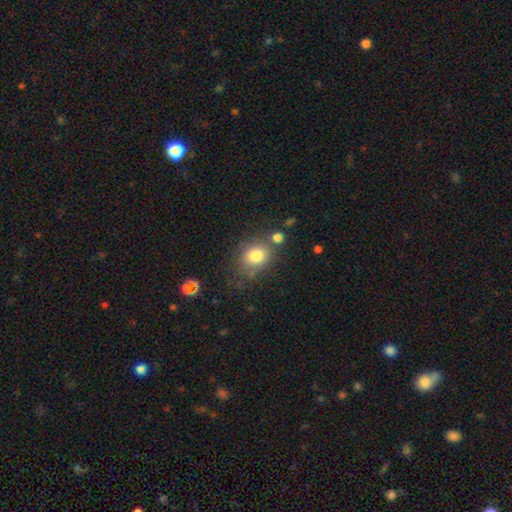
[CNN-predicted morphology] Overall: smooth (80%). How rounded: round (54%; in between 45%). Merging: none (63%).